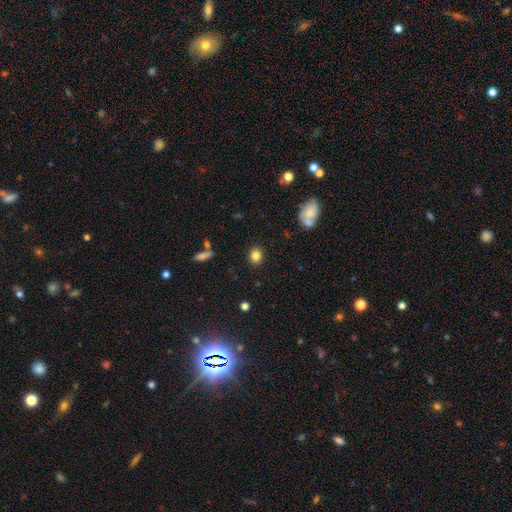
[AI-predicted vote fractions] smooth-or-featured: smooth: 83% | star or artifact: 10% | featured or disk: 6%
  how-rounded: round: 68% | in between: 30% | cigar-shaped: 1%
  merging: none: 88% | minor disturbance: 8% | major disturbance: 2% | merger: 2%